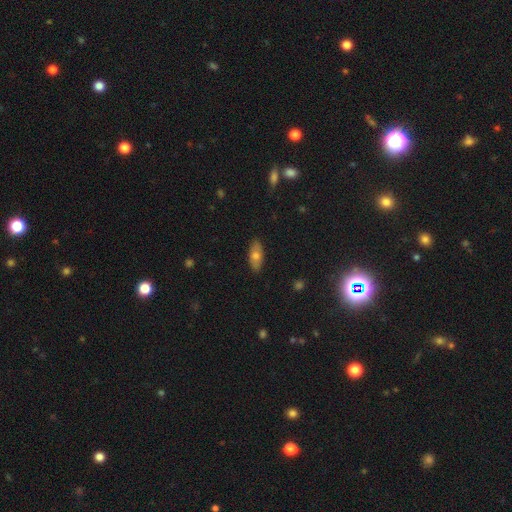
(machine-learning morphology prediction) A smooth galaxy with no disk features (69%) that is in between round and cigar-shaped (82%). Merging: none (88%).